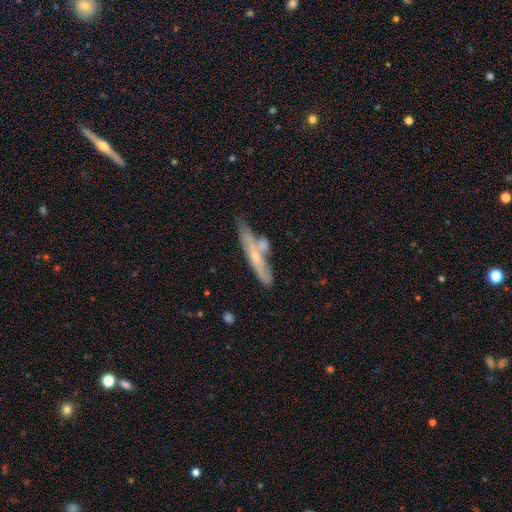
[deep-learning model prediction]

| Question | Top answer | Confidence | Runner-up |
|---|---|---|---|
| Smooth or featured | featured or disk | 52% | smooth (41%) |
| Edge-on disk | yes | 77% | no (23%) |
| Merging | none | 54% | merger (21%) |